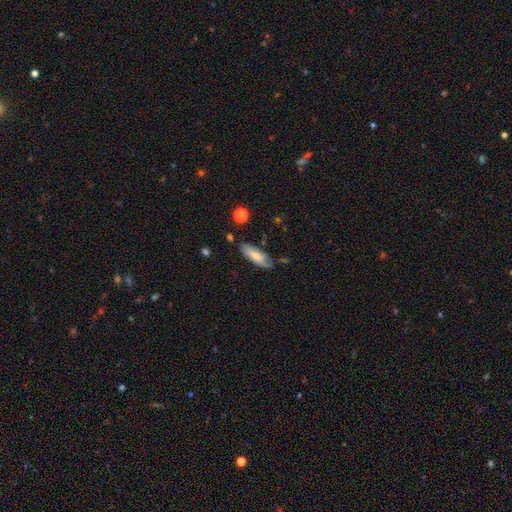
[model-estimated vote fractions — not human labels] The model was most divided on "how rounded": in between: 66%, cigar-shaped: 32%, round: 2%. More confident: merging — none (67%); smooth or featured — smooth (65%).